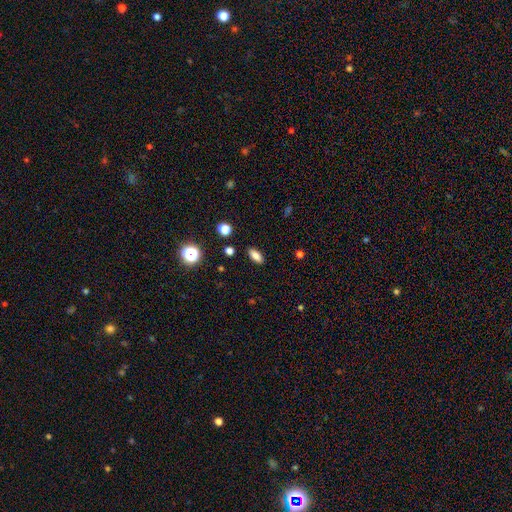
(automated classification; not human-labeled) Morphology: type=smooth (81%); roundness=in between (80%); merging=none (88%).